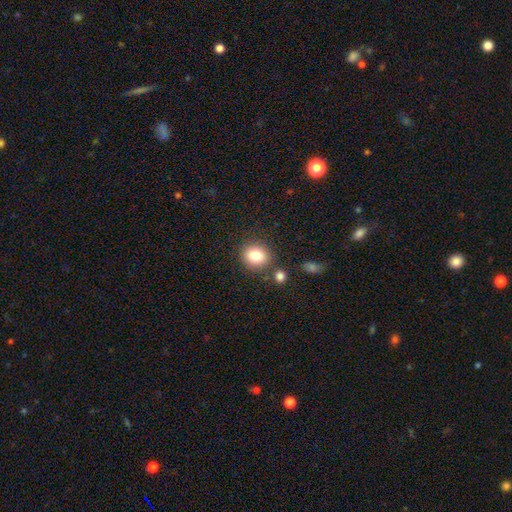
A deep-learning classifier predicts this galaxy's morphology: The model was most divided on "how rounded": round: 76%, in between: 23%, cigar-shaped: 1%. More confident: smooth or featured — smooth (83%); merging — none (81%).